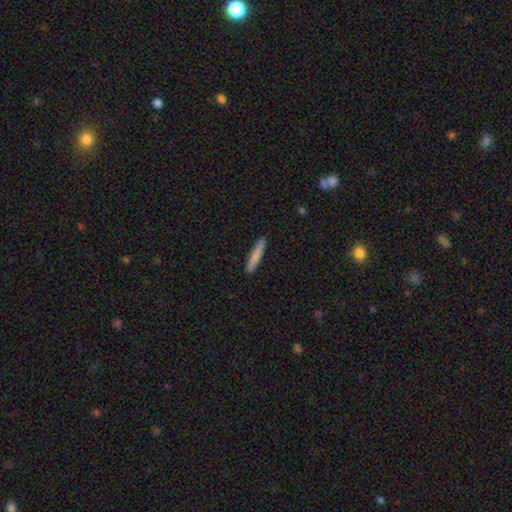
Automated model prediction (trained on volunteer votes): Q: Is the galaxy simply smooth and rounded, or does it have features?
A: smooth — 79%.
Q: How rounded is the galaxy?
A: cigar-shaped — 94%.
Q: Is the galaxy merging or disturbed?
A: none — 91%.